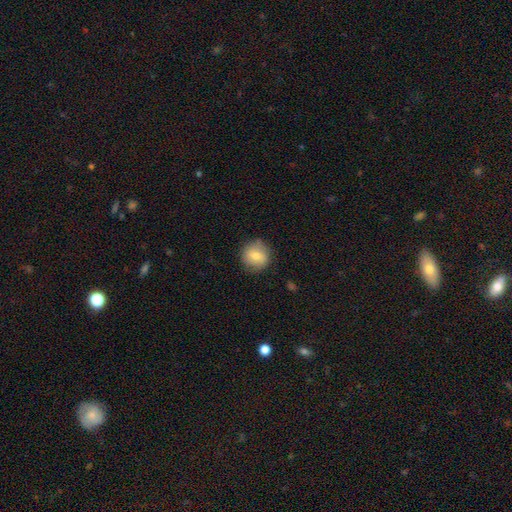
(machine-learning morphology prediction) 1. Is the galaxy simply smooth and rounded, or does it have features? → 73% smooth, 18% featured or disk, 9% star or artifact.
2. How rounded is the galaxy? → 89% round, 10% in between, 1% cigar-shaped.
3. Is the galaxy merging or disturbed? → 84% none, 12% minor disturbance, 3% major disturbance, 1% merger.